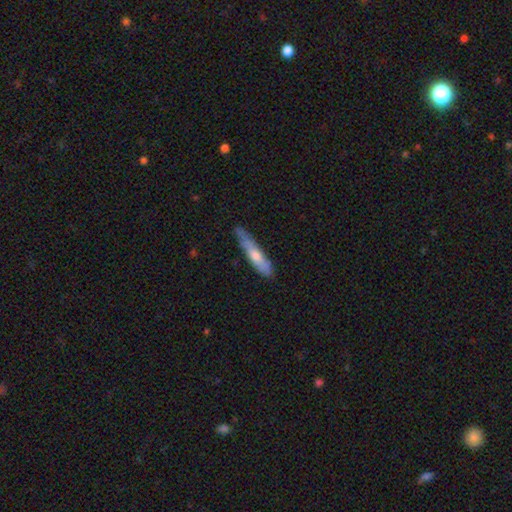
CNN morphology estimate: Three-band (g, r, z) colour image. It shows a smooth galaxy with no disk features (57%) that is cigar-shaped (86%). Merging: none (66%).